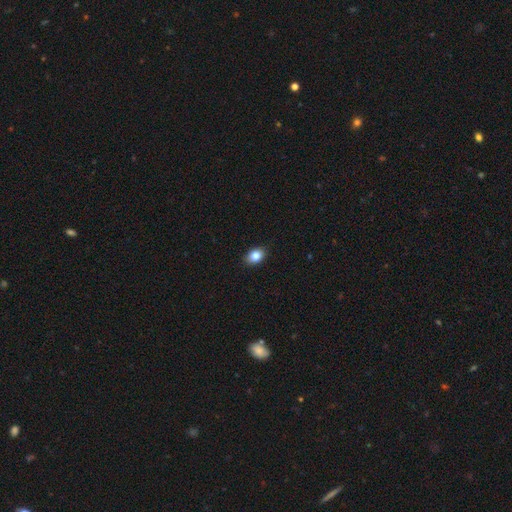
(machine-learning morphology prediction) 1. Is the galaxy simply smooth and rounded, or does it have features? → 84% smooth, 9% star or artifact, 7% featured or disk.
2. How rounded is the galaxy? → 68% in between, 31% round, 1% cigar-shaped.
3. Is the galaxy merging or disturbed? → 88% none, 9% minor disturbance, 2% major disturbance, 1% merger.